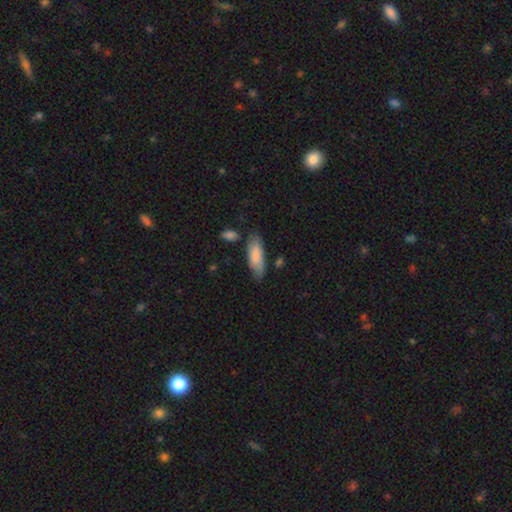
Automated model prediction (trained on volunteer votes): A smooth galaxy with no disk features (83%) that is in between round and cigar-shaped (72%). Merging: none (74%).